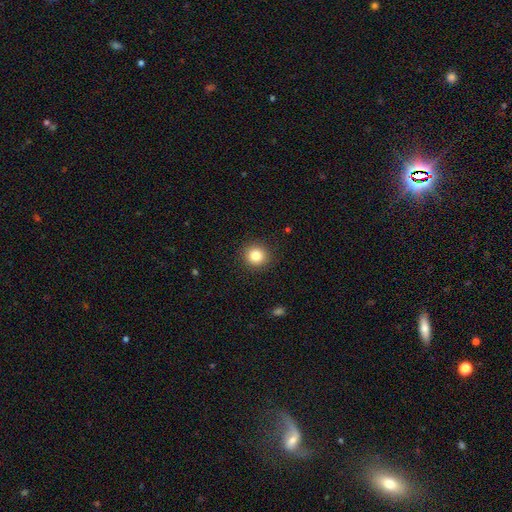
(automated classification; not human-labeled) A smooth galaxy with no disk features (82%) that is round (92%). Merging: none (91%).